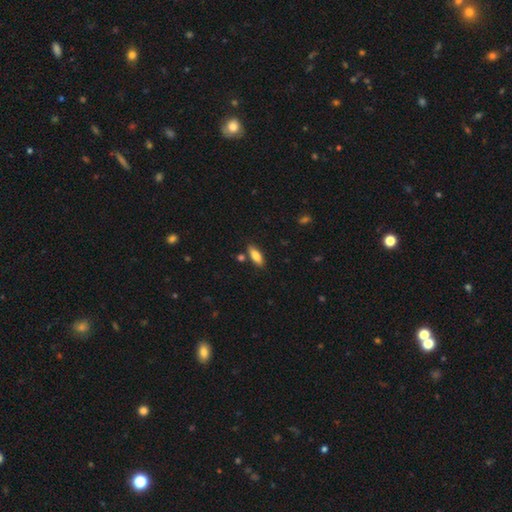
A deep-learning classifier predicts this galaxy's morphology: A smooth galaxy with no disk features (80%) that is in between round and cigar-shaped (67%). Merging: none (82%).